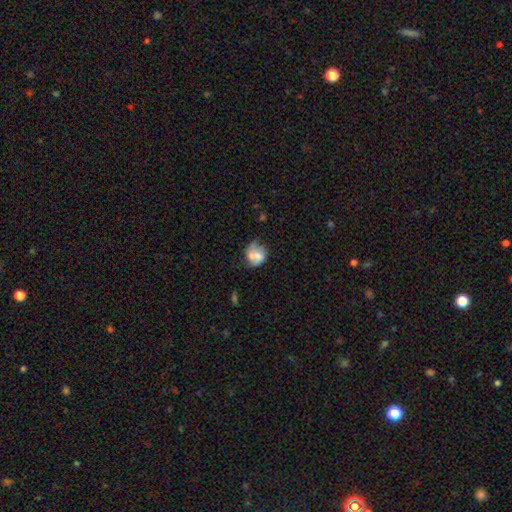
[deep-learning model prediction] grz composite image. It shows a smooth galaxy with no disk features (56%) that is round (66%). Merging: none (41%).